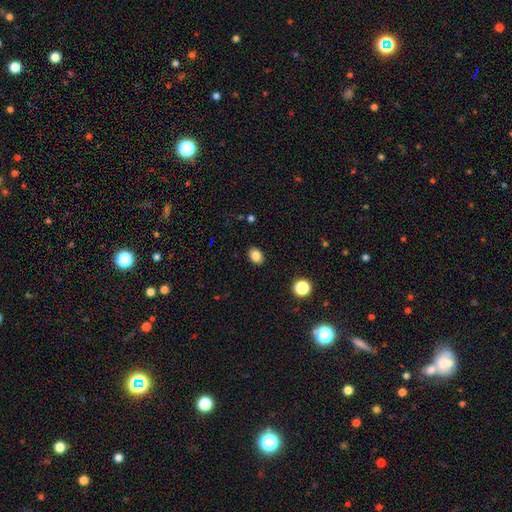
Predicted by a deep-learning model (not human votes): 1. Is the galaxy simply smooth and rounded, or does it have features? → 84% smooth, 10% star or artifact, 6% featured or disk.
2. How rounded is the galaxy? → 69% in between, 30% round, 1% cigar-shaped.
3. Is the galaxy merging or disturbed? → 89% none, 8% minor disturbance, 2% major disturbance, 1% merger.